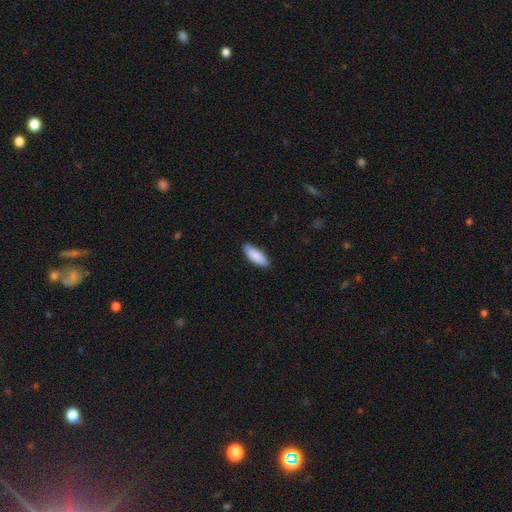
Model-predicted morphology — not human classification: Smooth or featured?
  - smooth: 88% *
  - featured or disk: 7%
  - star or artifact: 5%
How rounded?
  - in between: 69% *
  - cigar-shaped: 29%
  - round: 2%
Merging?
  - none: 84% *
  - minor disturbance: 13%
  - major disturbance: 2%
  - merger: 1%